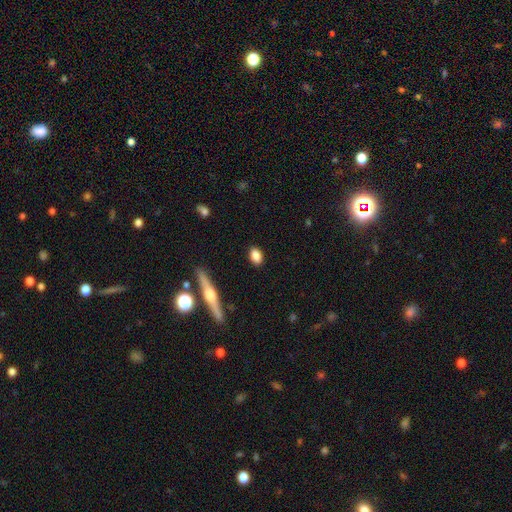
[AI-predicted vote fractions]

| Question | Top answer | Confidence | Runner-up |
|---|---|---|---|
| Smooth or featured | smooth | 83% | featured or disk (9%) |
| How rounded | in between | 79% | round (17%) |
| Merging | none | 88% | minor disturbance (8%) |